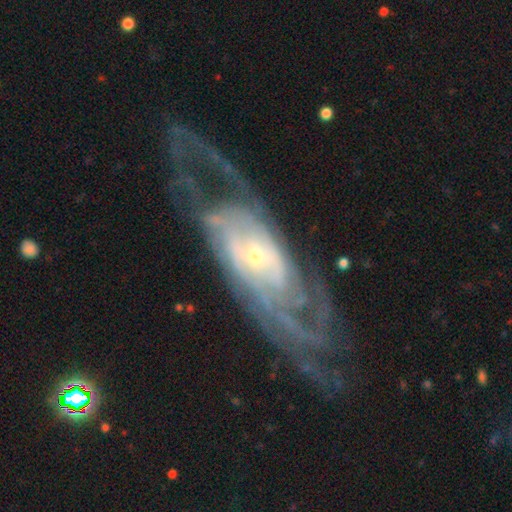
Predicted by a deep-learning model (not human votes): smooth_or_featured: featured or disk (p=0.87) [alt: smooth p=0.07]
disk_edge_on: no (p=0.90) [alt: yes p=0.10]
bar: no (p=0.64) [alt: weak p=0.25]
has_spiral_arms: yes (p=0.95) [alt: no p=0.05]
spiral_winding: tight (p=0.57) [alt: medium p=0.32]
spiral_arm_count: can't tell (p=0.36) [alt: 2 p=0.21]
bulge_size: small (p=0.69) [alt: moderate p=0.26]
merging: none (p=0.65) [alt: minor disturbance p=0.17]